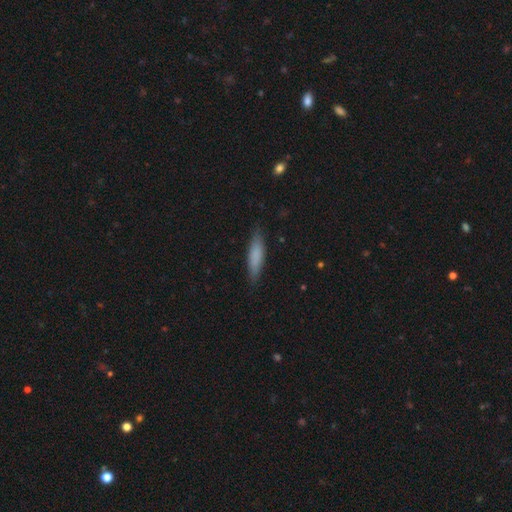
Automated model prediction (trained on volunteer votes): A smooth galaxy with no disk features (78%) that is cigar-shaped (77%). Merging: none (85%).